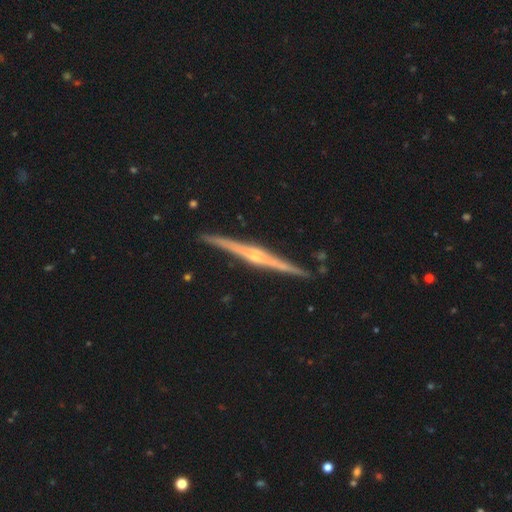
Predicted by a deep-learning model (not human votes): Q: Smooth or featured?
A: featured or disk (87%); runner-up: smooth (8%)
Q: Edge-on disk?
A: yes (98%); runner-up: no (2%)
Q: Edge-on bulge?
A: rounded (77%); runner-up: boxy (12%)
Q: Merging?
A: none (91%); runner-up: minor disturbance (7%)